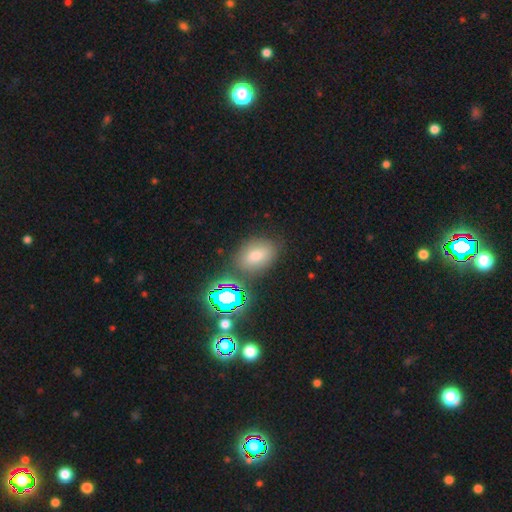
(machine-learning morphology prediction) Overall: smooth (55%; star or artifact 31%). How rounded: in between (73%). Merging: none (77%).